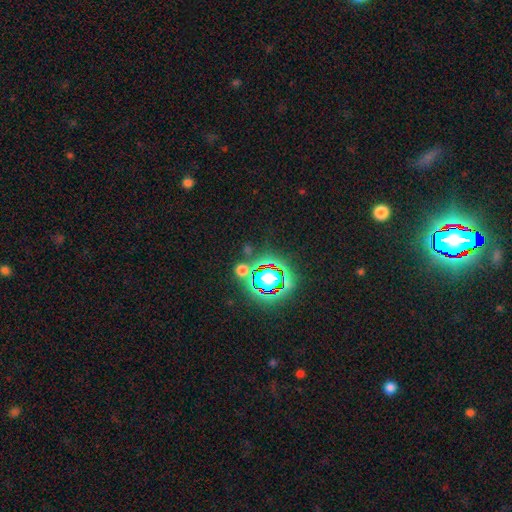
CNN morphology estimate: star or artifact 82%, smooth 10%, featured or disk 7%.